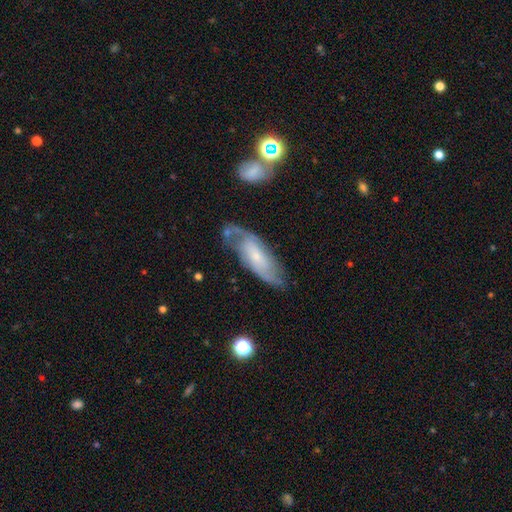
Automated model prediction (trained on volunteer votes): This is likely a featured or disk galaxy (70%). It is clearly not viewed edge-on (87%). Bar: possibly no (57%). Spiral arm pattern: clearly yes (91%). Spiral arm count: likely 2 (66%). Spiral winding: marginally medium (44%). Central bulge: likely small (61%). Merging: likely none (64%).